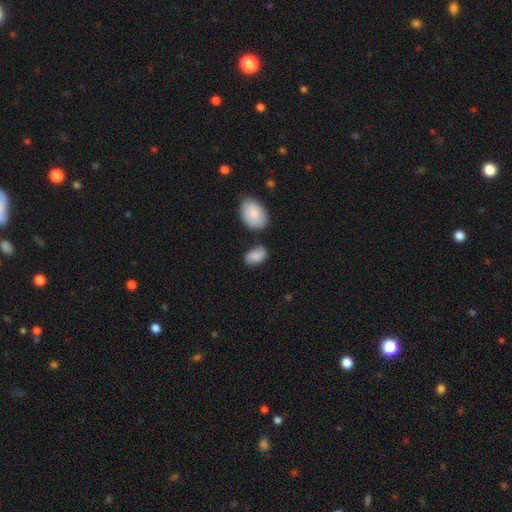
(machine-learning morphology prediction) Q: Smooth or featured?
A: smooth (81%); runner-up: featured or disk (12%)
Q: How rounded?
A: in between (90%); runner-up: round (8%)
Q: Merging?
A: none (60%); runner-up: minor disturbance (22%)